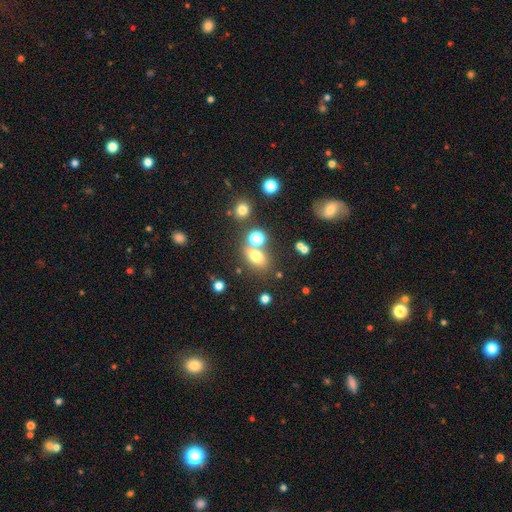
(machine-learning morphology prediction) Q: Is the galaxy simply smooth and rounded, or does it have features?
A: smooth — 69%.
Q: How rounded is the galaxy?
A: in between — 67%.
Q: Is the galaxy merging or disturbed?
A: none — 61%.